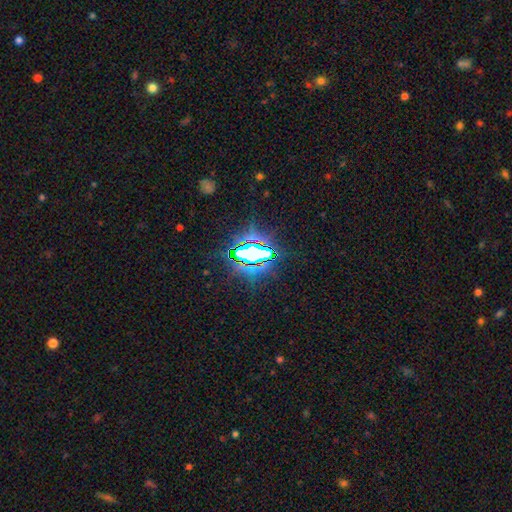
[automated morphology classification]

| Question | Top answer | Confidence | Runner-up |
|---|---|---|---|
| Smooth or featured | star or artifact | 83% | smooth (10%) |